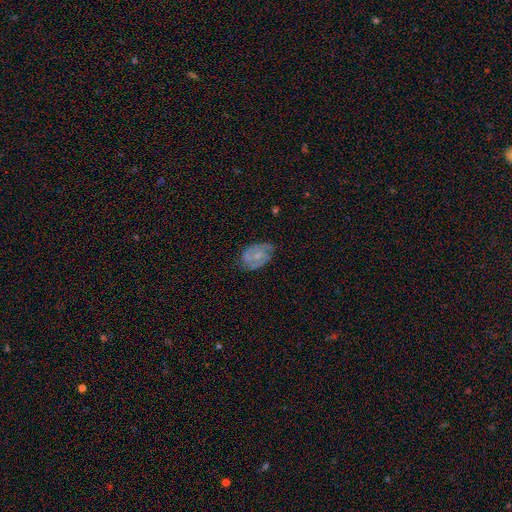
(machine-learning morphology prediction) A featured or disk galaxy (66%) with no bar (61%), 2 (64%) tight (43%, tied with medium) spiral arms (86%) and a small central bulge (58%).

Vote fractions:
- Smooth or featured? featured or disk: 66% / smooth: 27% / star or artifact: 8%
- Edge-on disk? no: 97% / yes: 3%
- Bar? no: 61% / weak: 33% / strong: 6%
- Spiral arms? yes: 86% / no: 14%
- Spiral winding? tight: 43% (tied) / medium: 43% (tied) / loose: 14%
- Spiral arm count? 2: 64% / can't tell: 21% / 3: 8% / 1: 4% / 4: 2% / more than 4: 2%
- Bulge size? small: 58% / moderate: 28% / none: 11% / large: 2% / dominant: 1%
- Merging? none: 67% / minor disturbance: 24% / major disturbance: 7% / merger: 2%